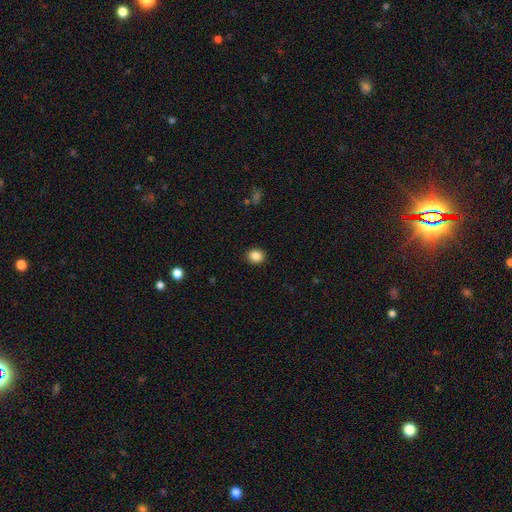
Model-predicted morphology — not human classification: smooth 85%, star or artifact 10%, featured or disk 5%. Down the decision tree: how rounded — round (76%); merging — none (91%).